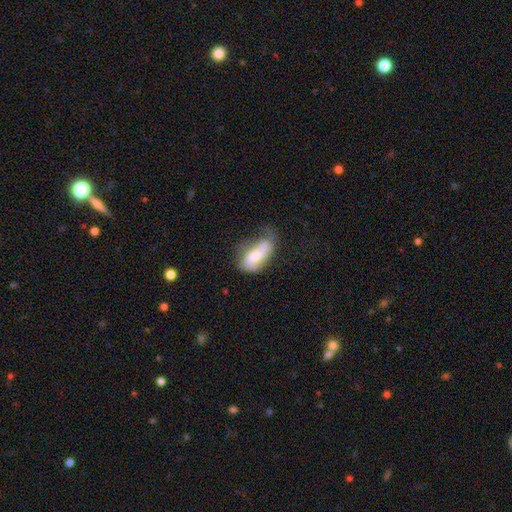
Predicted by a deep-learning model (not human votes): The model was most divided on "merging": minor disturbance: 36%, none: 31%, major disturbance: 27%, merger: 6%. More confident: how rounded — in between (86%); smooth or featured — smooth (58%).